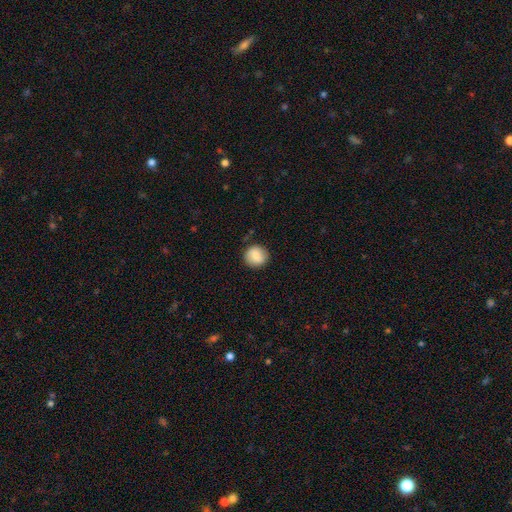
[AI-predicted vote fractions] smooth 80%, featured or disk 12%, star or artifact 8%. Down the decision tree: how rounded — round (91%); merging — none (86%).